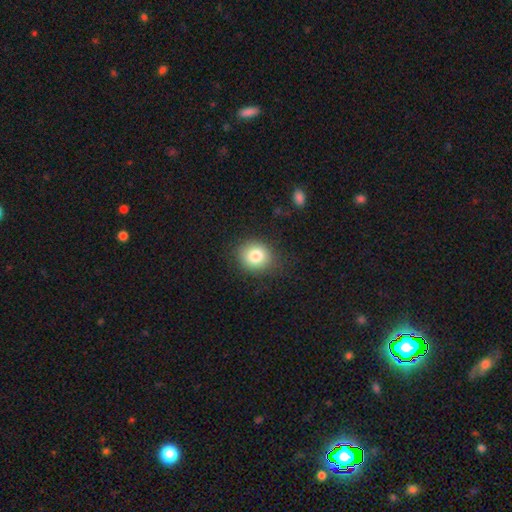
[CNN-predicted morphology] Overall: smooth (82%). How rounded: round (79%). Merging: none (85%).